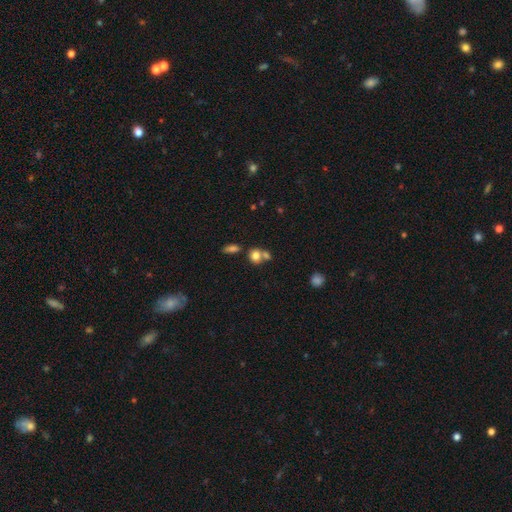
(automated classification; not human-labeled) Morphology: type=smooth (78%); roundness=round (70%); merging=merger (43%, tied with none).